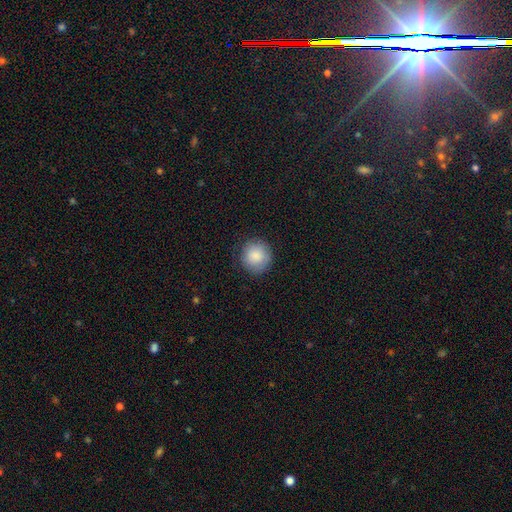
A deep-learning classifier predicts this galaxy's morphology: A smooth galaxy with no disk features (87%) that is round (93%).

Vote fractions:
- Smooth or featured? smooth: 87% / star or artifact: 8% / featured or disk: 6%
- How rounded? round: 93% / in between: 6% / cigar-shaped: 1%
- Merging? none: 86% / minor disturbance: 10% / major disturbance: 3% / merger: 1%